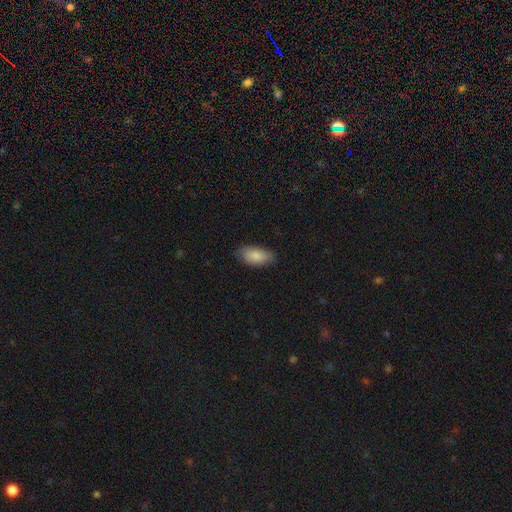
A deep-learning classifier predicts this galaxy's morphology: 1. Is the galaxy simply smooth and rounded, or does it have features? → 84% smooth, 10% featured or disk, 6% star or artifact.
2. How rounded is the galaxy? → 92% in between, 5% cigar-shaped, 3% round.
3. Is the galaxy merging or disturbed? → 77% none, 19% minor disturbance, 3% major disturbance, 1% merger.